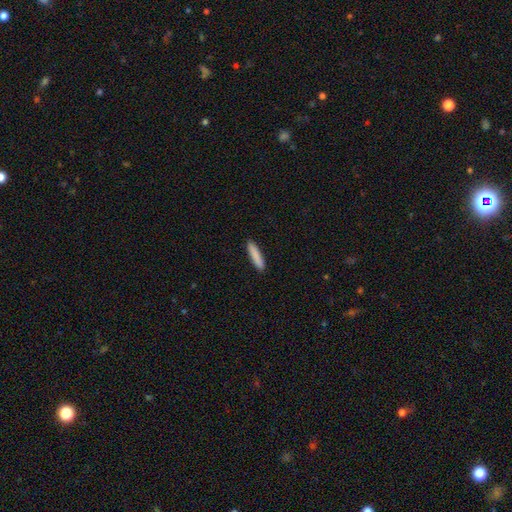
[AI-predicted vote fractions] The model was most divided on "how rounded": cigar-shaped: 89%, in between: 10%, round: 1%. More confident: merging — none (91%); smooth or featured — smooth (87%).